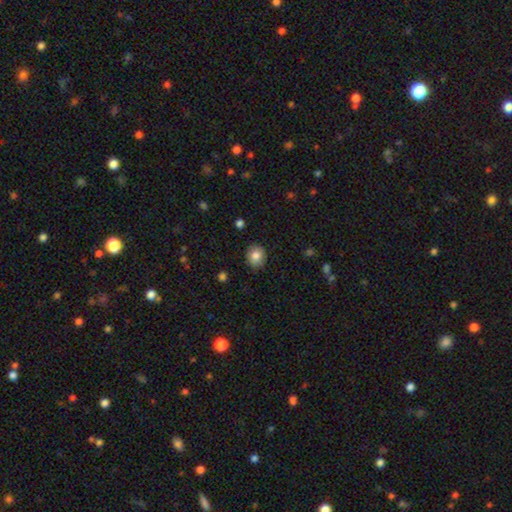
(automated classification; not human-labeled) smooth_or_featured: smooth (p=0.82) [alt: featured or disk p=0.10]
how_rounded: round (p=0.71) [alt: in between p=0.28]
merging: none (p=0.87) [alt: minor disturbance p=0.10]